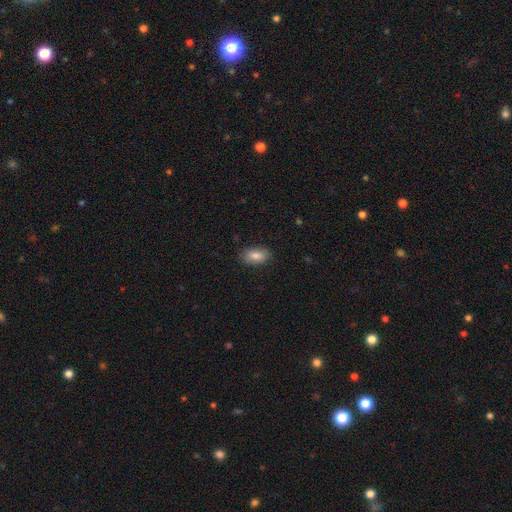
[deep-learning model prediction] This is clearly a smooth galaxy (85%). How rounded: clearly in between (92%). Merging: clearly none (86%).